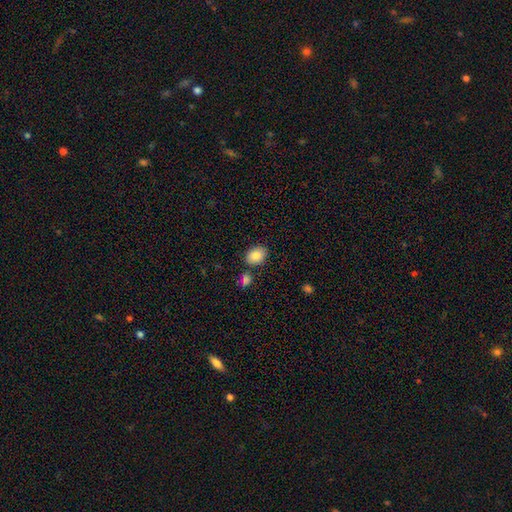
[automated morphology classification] Smooth or featured? Predicted: smooth (p=0.86). How rounded? Predicted: in between (p=0.72). Merging? Predicted: none (p=0.79).